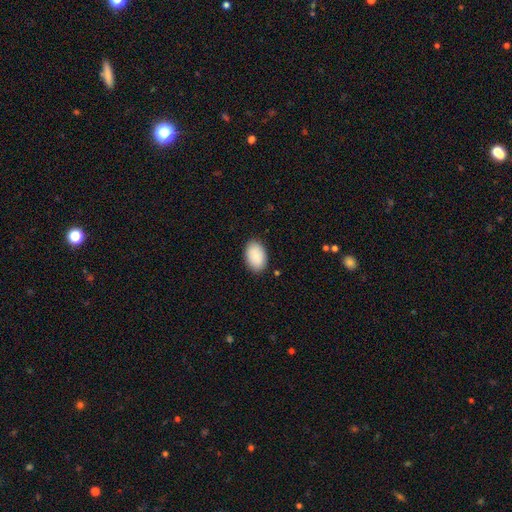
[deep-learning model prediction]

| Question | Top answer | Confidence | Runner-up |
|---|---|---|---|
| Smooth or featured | smooth | 89% | star or artifact (6%) |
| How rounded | in between | 91% | round (8%) |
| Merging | none | 88% | minor disturbance (9%) |